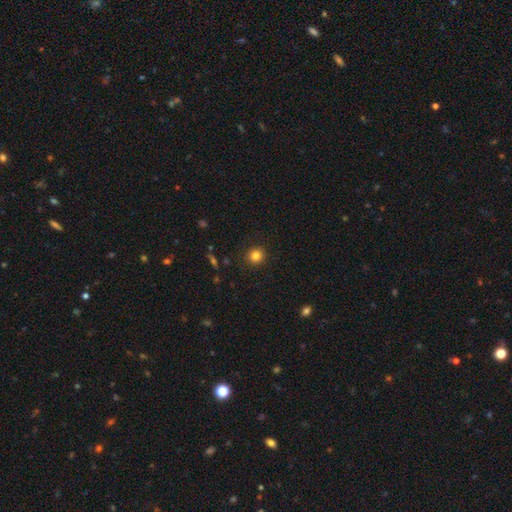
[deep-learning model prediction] Smooth or featured? Predicted: smooth (p=0.83). How rounded? Predicted: round (p=0.90). Merging? Predicted: none (p=0.91).